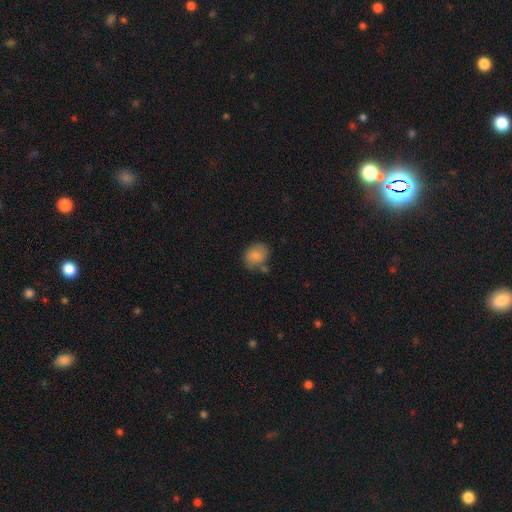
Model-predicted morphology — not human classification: Q: Smooth or featured?
A: smooth (83%); runner-up: featured or disk (9%)
Q: How rounded?
A: round (57%); runner-up: in between (42%)
Q: Merging?
A: none (64%); runner-up: minor disturbance (19%)